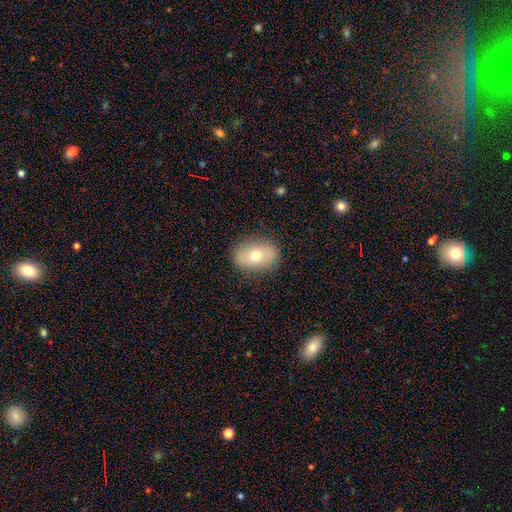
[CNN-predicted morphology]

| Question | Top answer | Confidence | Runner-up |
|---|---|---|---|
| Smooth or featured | smooth | 68% | featured or disk (24%) |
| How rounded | in between | 81% | round (17%) |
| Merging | none | 85% | minor disturbance (11%) |